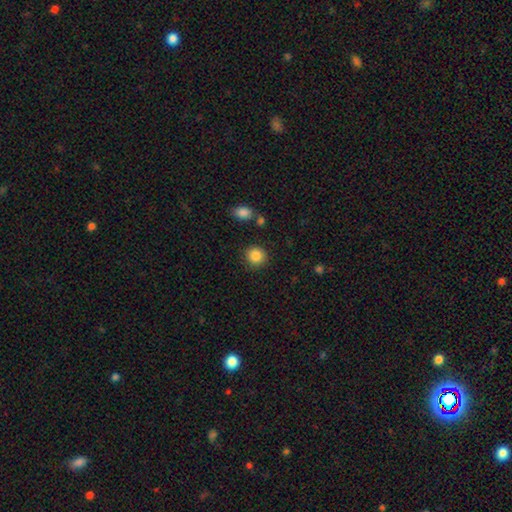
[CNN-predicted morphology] This appears to be a smooth galaxy with no disk features (87%) that is round (89%). Merging: none (87%).